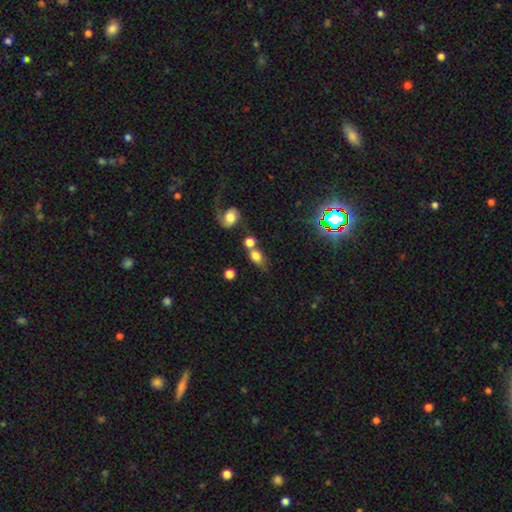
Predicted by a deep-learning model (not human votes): Smooth or featured?
  - smooth: 73% *
  - star or artifact: 14%
  - featured or disk: 13%
How rounded?
  - in between: 57% *
  - round: 40%
  - cigar-shaped: 3%
Merging?
  - none: 38% *
  - merger: 36%
  - minor disturbance: 16%
  - major disturbance: 10%